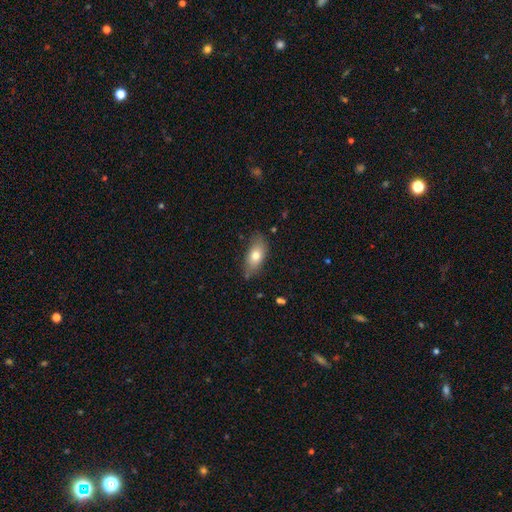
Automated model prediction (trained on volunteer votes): This is likely a smooth galaxy (75%). How rounded: clearly in between (86%). Merging: likely none (74%).